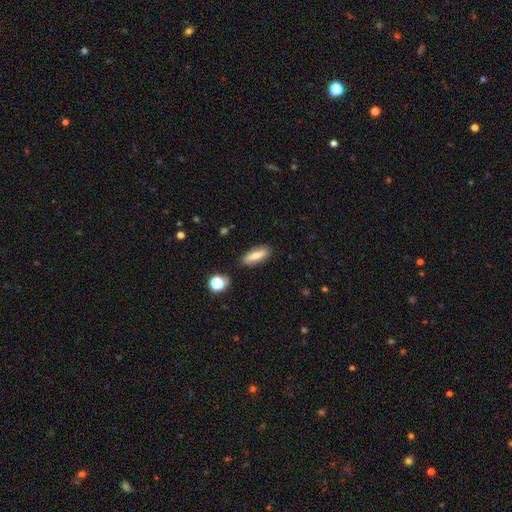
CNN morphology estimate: Smooth or featured? Predicted: smooth (p=0.71). How rounded? Predicted: in between (p=0.51). Merging? Predicted: none (p=0.85).